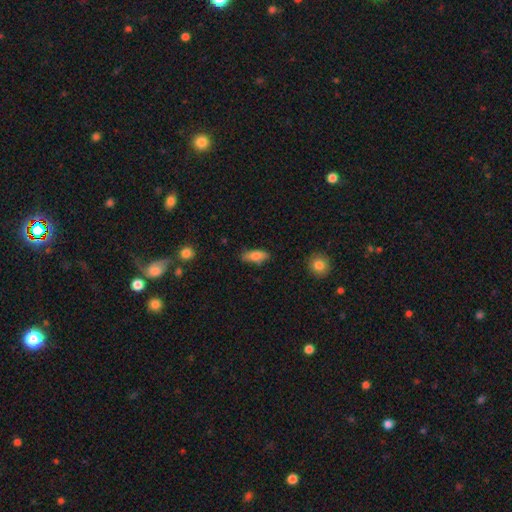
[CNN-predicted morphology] Smooth or featured? Predicted: smooth (p=0.76). How rounded? Predicted: in between (p=0.76). Merging? Predicted: none (p=0.80).